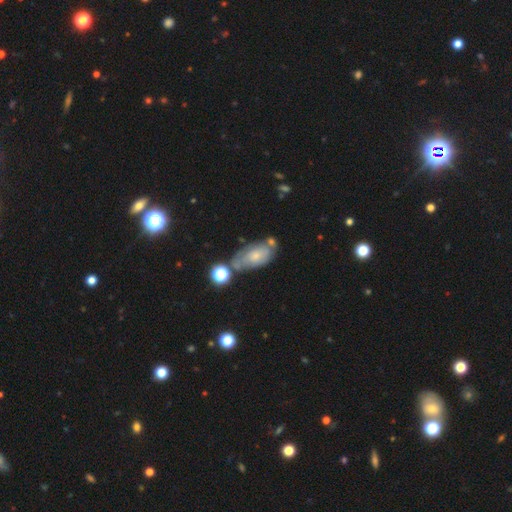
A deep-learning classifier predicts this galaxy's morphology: Smooth or featured? smooth (49%)
Merging? none (48%)